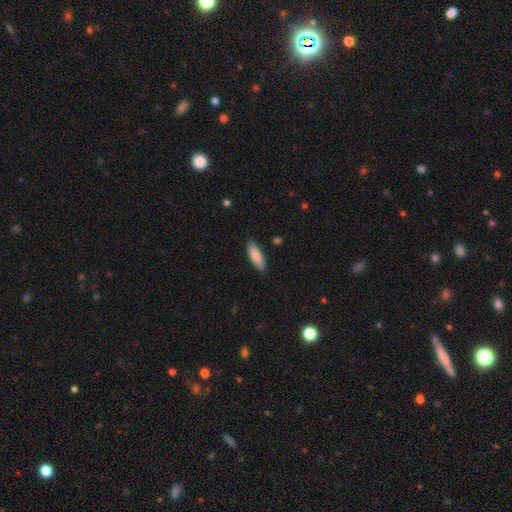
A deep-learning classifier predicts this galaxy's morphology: Smooth or featured? Predicted: smooth (p=0.85). How rounded? Predicted: in between (p=0.51). Merging? Predicted: none (p=0.86).